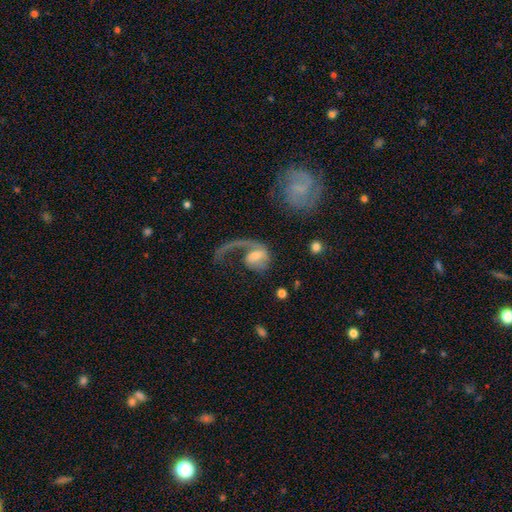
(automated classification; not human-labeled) Smooth or featured? Predicted: featured or disk (p=0.71). Edge-on disk? Predicted: no (p=0.97). Bar? Predicted: no (p=0.43). Spiral arms? Predicted: yes (p=0.87). Spiral winding? Predicted: loose (p=0.68). Spiral arm count? Predicted: 1 (p=0.83). Bulge size? Predicted: moderate (p=0.41). Merging? Predicted: major disturbance (p=0.54).